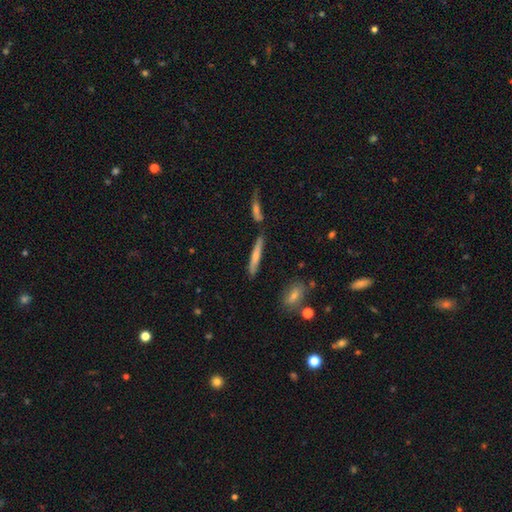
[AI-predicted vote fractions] smooth_or_featured: smooth (p=0.64) [alt: featured or disk p=0.30]
how_rounded: cigar-shaped (p=0.92) [alt: in between p=0.06]
merging: none (p=0.76) [alt: minor disturbance p=0.13]